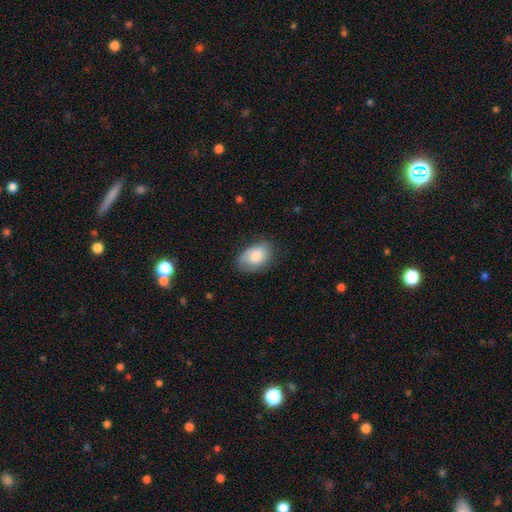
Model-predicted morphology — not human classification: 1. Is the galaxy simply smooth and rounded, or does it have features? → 79% smooth, 15% featured or disk, 7% star or artifact.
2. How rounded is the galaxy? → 89% in between, 10% round, 1% cigar-shaped.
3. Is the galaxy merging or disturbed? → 66% none, 25% minor disturbance, 7% major disturbance, 1% merger.